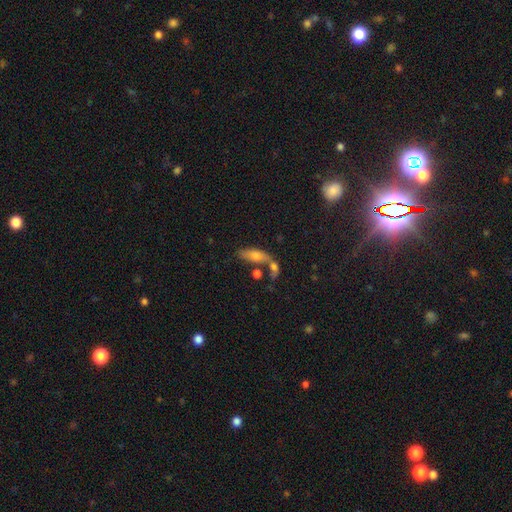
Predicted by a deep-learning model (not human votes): Smooth or featured?
  - smooth: 64% *
  - featured or disk: 27%
  - star or artifact: 9%
How rounded?
  - in between: 62% *
  - cigar-shaped: 35%
  - round: 4%
Merging?
  - none: 42% *
  - merger: 36%
  - minor disturbance: 13%
  - major disturbance: 8%